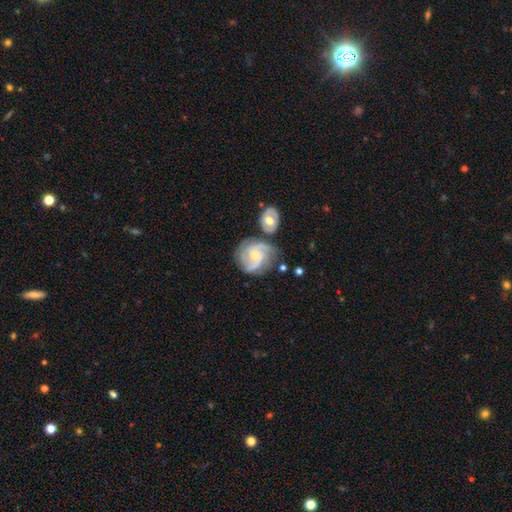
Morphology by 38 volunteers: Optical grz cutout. It shows a featured or disk galaxy (84%) with no bar (81%), 2 (77%) medium (57%) spiral arms (97%) and a small central bulge (48%). Merging: none (47%).